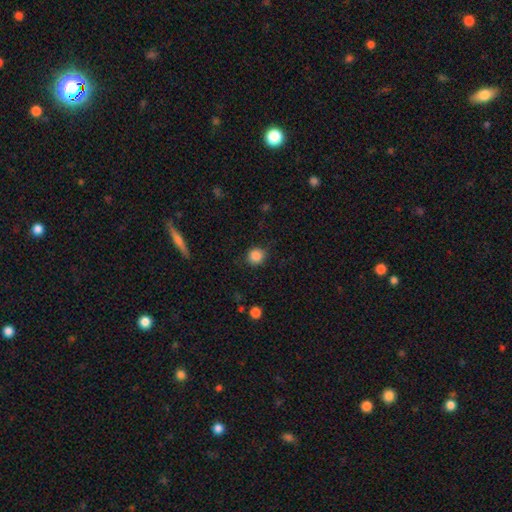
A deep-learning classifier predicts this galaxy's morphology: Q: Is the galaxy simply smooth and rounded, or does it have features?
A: smooth — 86%.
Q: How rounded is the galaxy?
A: round — 88%.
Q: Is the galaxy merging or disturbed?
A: none — 84%.